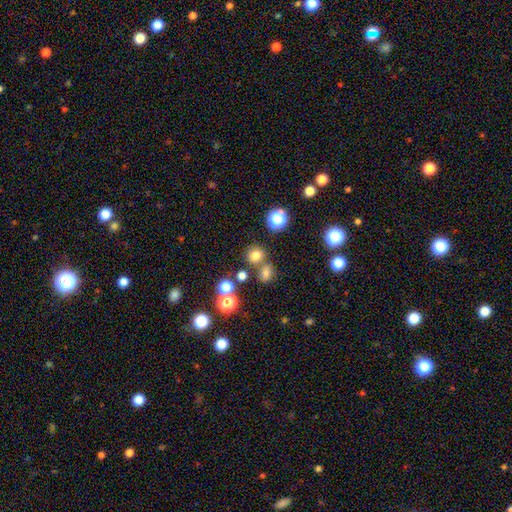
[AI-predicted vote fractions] This is likely a smooth galaxy (72%). How rounded: clearly round (83%). Merging: likely none (69%).